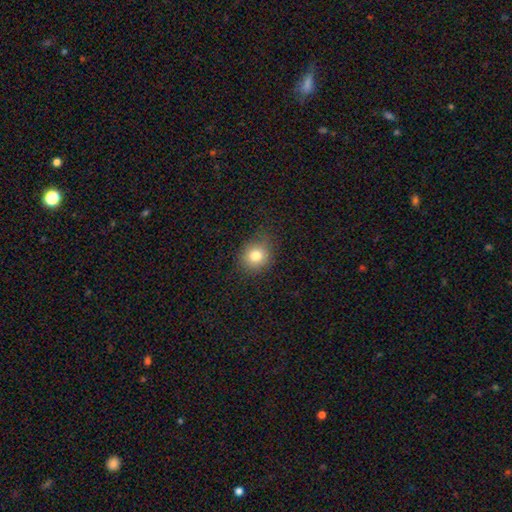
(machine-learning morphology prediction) A smooth galaxy with no disk features (79%) that is round (80%).

Vote fractions:
- Smooth or featured? smooth: 79% / star or artifact: 13% / featured or disk: 8%
- How rounded? round: 80% / in between: 19% / cigar-shaped: 1%
- Merging? none: 82% / minor disturbance: 13% / major disturbance: 4% / merger: 1%